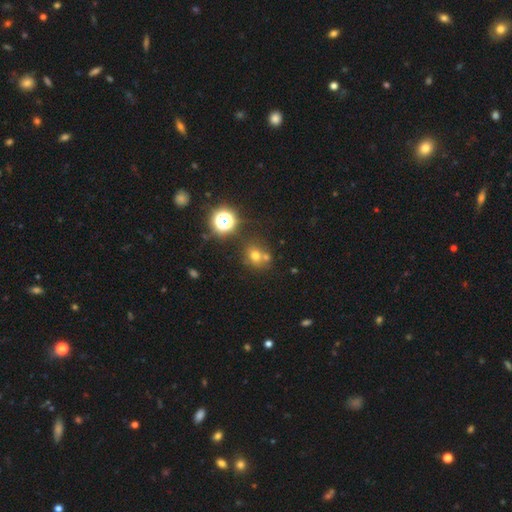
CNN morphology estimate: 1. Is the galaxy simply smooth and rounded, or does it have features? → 63% smooth, 25% star or artifact, 12% featured or disk.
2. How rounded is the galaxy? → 75% round, 24% in between, 1% cigar-shaped.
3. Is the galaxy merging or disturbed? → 60% none, 25% merger, 11% minor disturbance, 4% major disturbance.